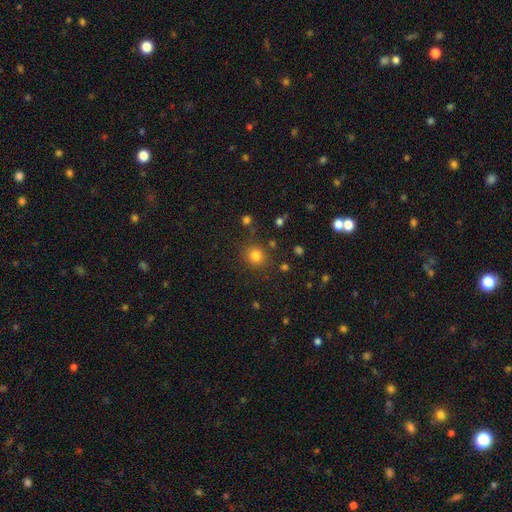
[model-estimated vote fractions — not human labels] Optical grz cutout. It shows a smooth galaxy with no disk features (81%) that is round (88%). Merging: none (83%).